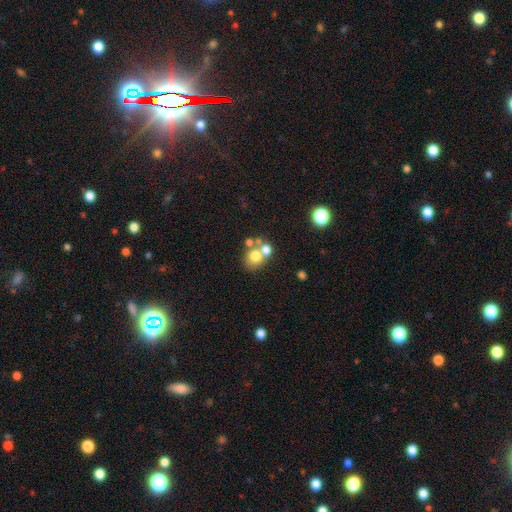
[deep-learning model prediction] smooth 68%, featured or disk 19%, star or artifact 13%. Down the decision tree: how rounded — round (69%); merging — merger (47%).